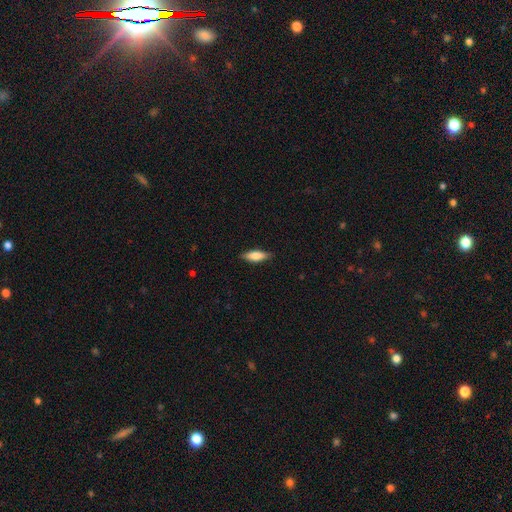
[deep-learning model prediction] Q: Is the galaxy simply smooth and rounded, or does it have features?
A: smooth — 76%.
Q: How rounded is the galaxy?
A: in between — 58%.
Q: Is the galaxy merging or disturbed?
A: none — 86%.